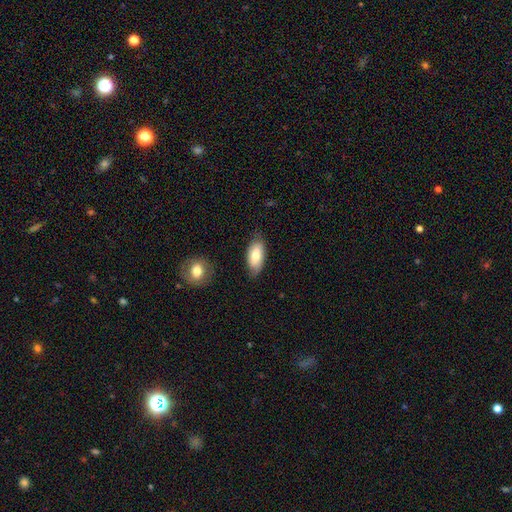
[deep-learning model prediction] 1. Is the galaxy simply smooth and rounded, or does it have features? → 75% smooth, 18% featured or disk, 7% star or artifact.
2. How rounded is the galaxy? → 91% in between, 6% cigar-shaped, 3% round.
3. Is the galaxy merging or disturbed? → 75% none, 19% minor disturbance, 3% major disturbance, 2% merger.